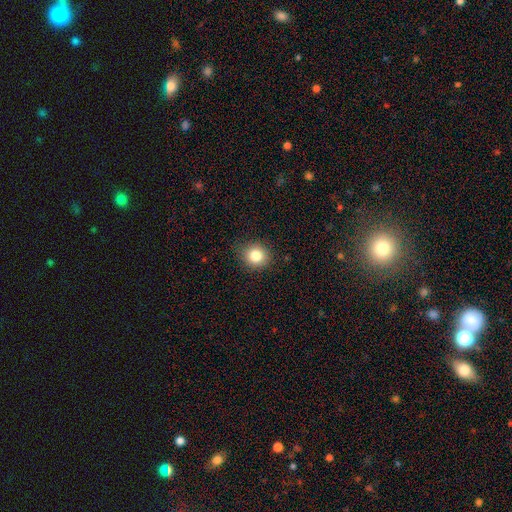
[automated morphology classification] Smooth or featured? smooth (83%)
How rounded? round (83%)
Merging? none (86%)